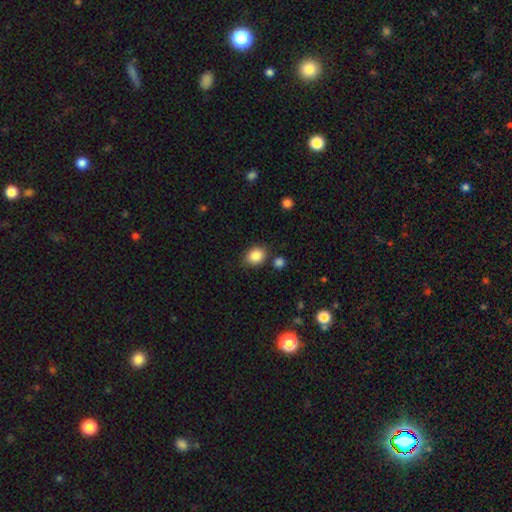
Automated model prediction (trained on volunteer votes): This appears to be a smooth galaxy with no disk features (86%) that is round (51%). Merging: none (77%).